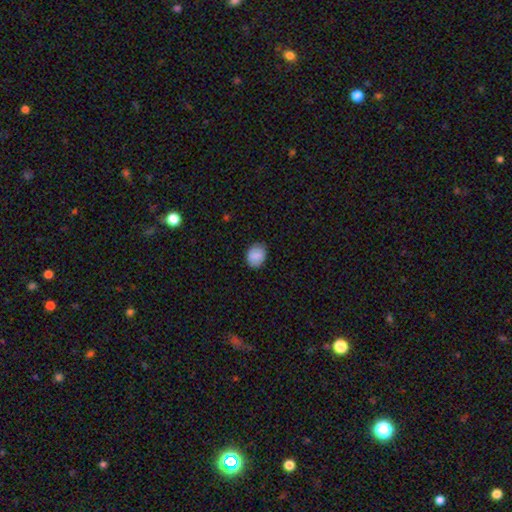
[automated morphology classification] Smooth or featured?
  - smooth: 85% *
  - star or artifact: 7%
  - featured or disk: 7%
How rounded?
  - in between: 54% *
  - round: 45%
  - cigar-shaped: 1%
Merging?
  - none: 83% *
  - minor disturbance: 14%
  - major disturbance: 3%
  - merger: 1%